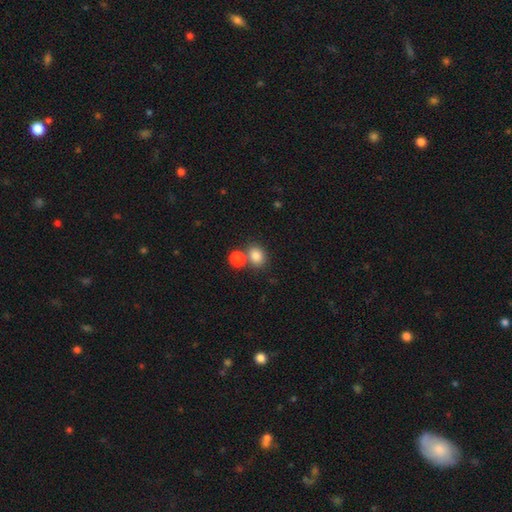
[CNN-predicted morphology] This is clearly a smooth galaxy (83%). How rounded: possibly round (58%). Merging: possibly none (60%).